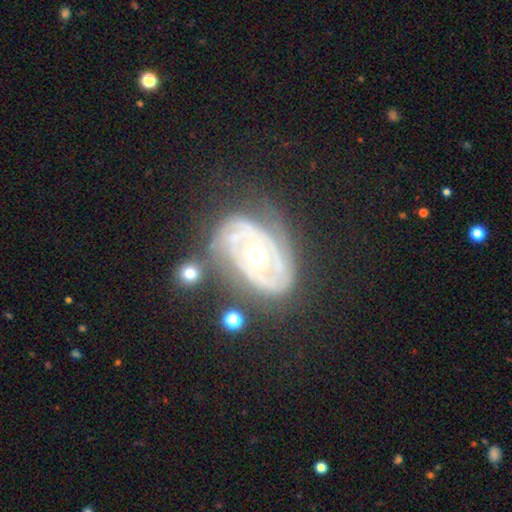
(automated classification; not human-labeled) This appears to be a featured or disk galaxy (85%) with no bar (76%), 2 (49%) tight (72%) spiral arms (81%) and a moderate central bulge (73%). Merging: none (61%).